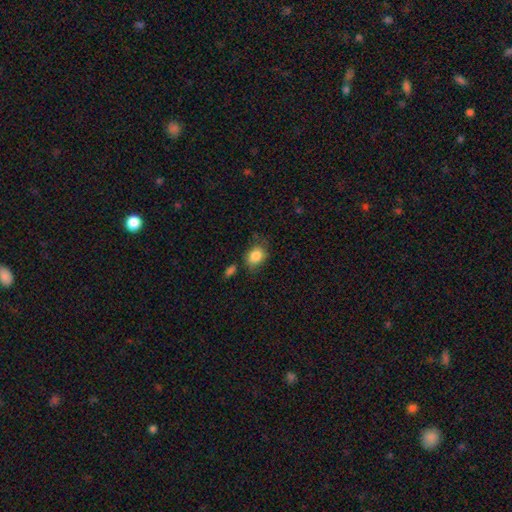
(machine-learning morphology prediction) A smooth galaxy with no disk features (84%) that is in between round and cigar-shaped (59%). Merging: none (64%).